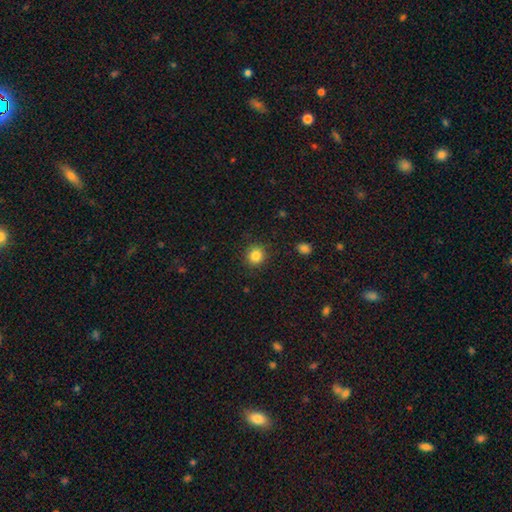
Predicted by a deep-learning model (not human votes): This is clearly a smooth galaxy (84%). How rounded: clearly round (90%). Merging: clearly none (90%).